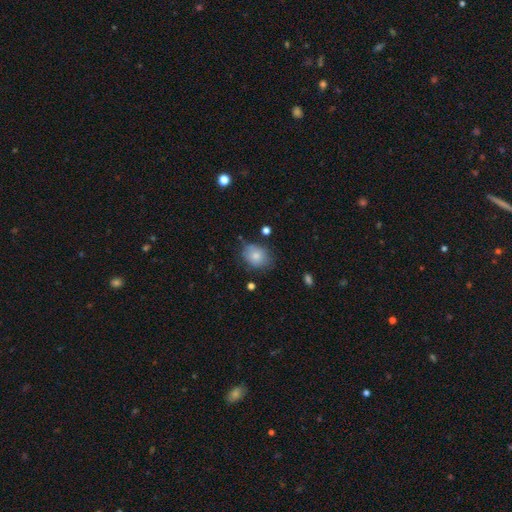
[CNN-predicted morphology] This is clearly a smooth galaxy (80%). How rounded: possibly in between (52%). Merging: likely none (68%).